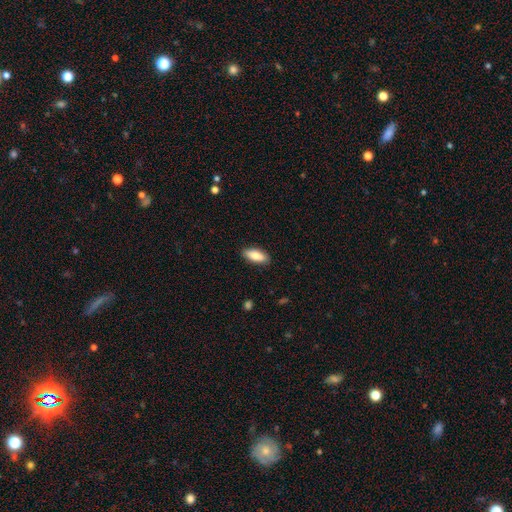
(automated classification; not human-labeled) A smooth galaxy with no disk features (84%) that is in between round and cigar-shaped (82%).

Vote fractions:
- Smooth or featured? smooth: 84% / featured or disk: 10% / star or artifact: 6%
- How rounded? in between: 82% / cigar-shaped: 16% / round: 2%
- Merging? none: 88% / minor disturbance: 10% / major disturbance: 2% / merger: 1%